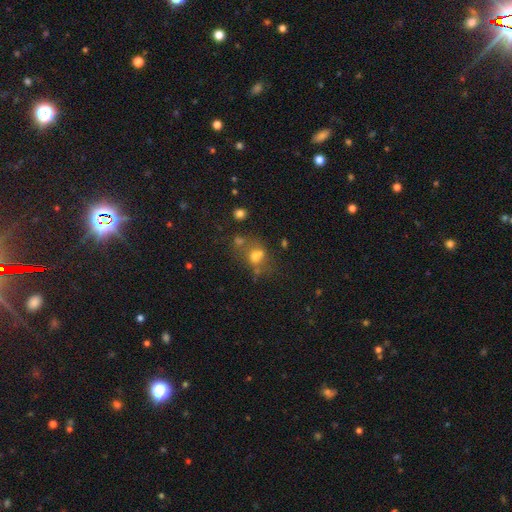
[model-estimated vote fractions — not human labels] The model was most divided on "merging": none: 38%, merger: 35%, minor disturbance: 15%, major disturbance: 12%. More confident: smooth or featured — smooth (59%); how rounded — round (55%).